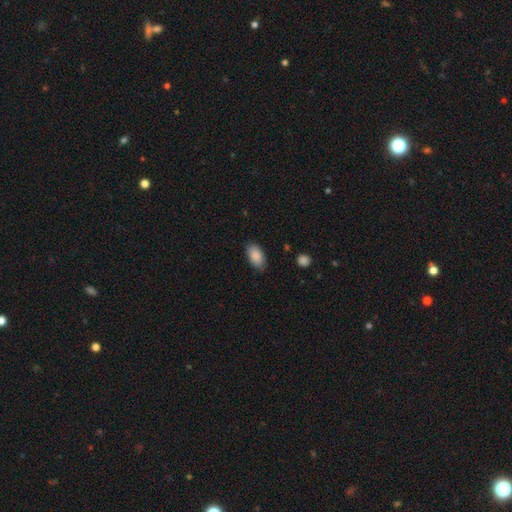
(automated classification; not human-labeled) Smooth or featured? smooth (89%)
How rounded? in between (94%)
Merging? none (84%)